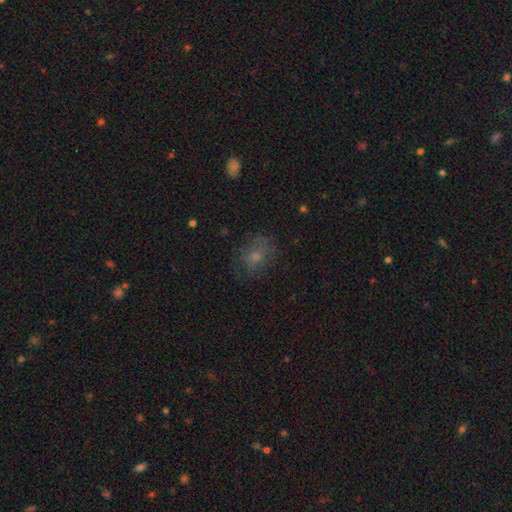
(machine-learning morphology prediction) A smooth galaxy with no disk features (64%) that is round (52%).

Vote fractions:
- Smooth or featured? smooth: 64% / featured or disk: 20% / star or artifact: 15%
- How rounded? round: 52% / in between: 47% / cigar-shaped: 1%
- Merging? none: 66% / minor disturbance: 20% / major disturbance: 12% / merger: 2%